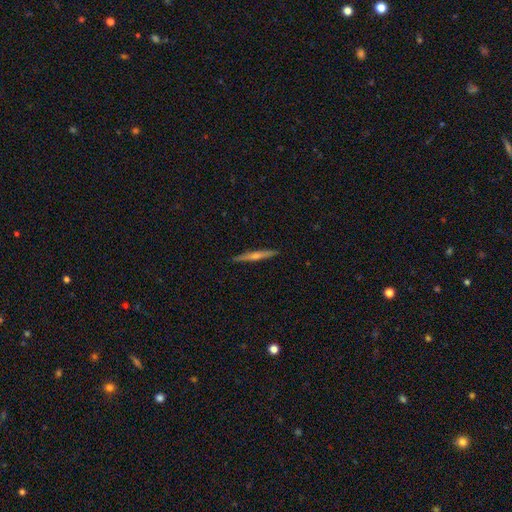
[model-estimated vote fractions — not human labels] smooth-or-featured: featured or disk: 68% | smooth: 24% | star or artifact: 7%
  disk-edge-on: yes: 97% | no: 3%
    edge-on-bulge: rounded: 82% | none: 14% | boxy: 4%
  merging: none: 91% | minor disturbance: 6% | major disturbance: 1% | merger: 1%